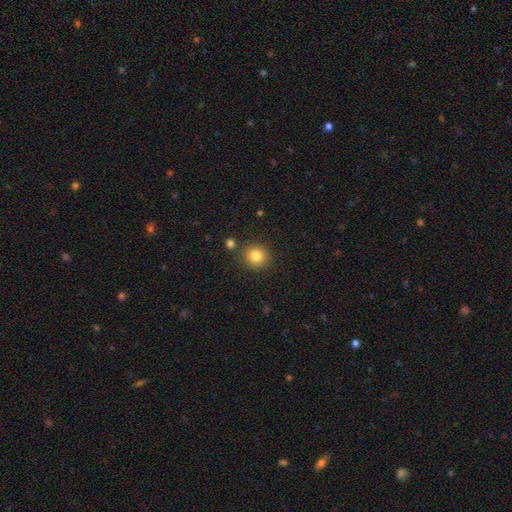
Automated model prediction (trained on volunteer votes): Morphology: type=smooth (82%); roundness=round (90%); merging=none (84%).